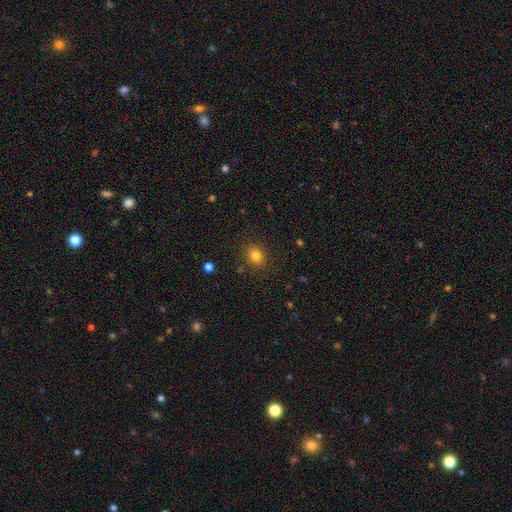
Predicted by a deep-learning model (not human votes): Smooth or featured: smooth — 81% (star or artifact — 13%)
How rounded: round — 61% (in between — 39%)
Merging: none — 85% (minor disturbance — 10%)